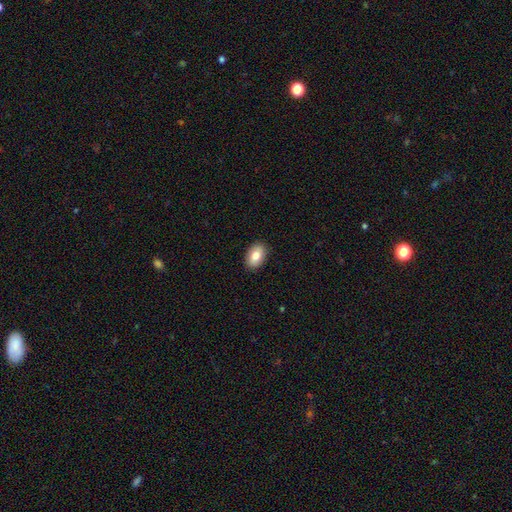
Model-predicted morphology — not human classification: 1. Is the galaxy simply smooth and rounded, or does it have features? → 81% smooth, 12% featured or disk, 7% star or artifact.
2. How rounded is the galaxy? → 89% in between, 10% round, 1% cigar-shaped.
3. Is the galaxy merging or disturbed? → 90% none, 7% minor disturbance, 2% major disturbance, 1% merger.